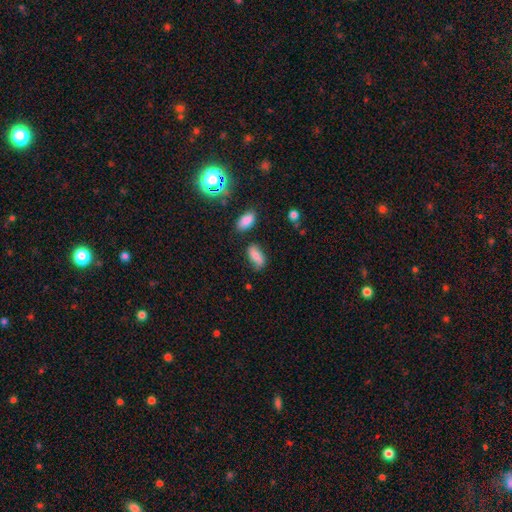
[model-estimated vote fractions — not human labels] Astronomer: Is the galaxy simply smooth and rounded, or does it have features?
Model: smooth — 70%.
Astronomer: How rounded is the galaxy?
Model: in between — 86%.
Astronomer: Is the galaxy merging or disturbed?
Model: none — 67%.